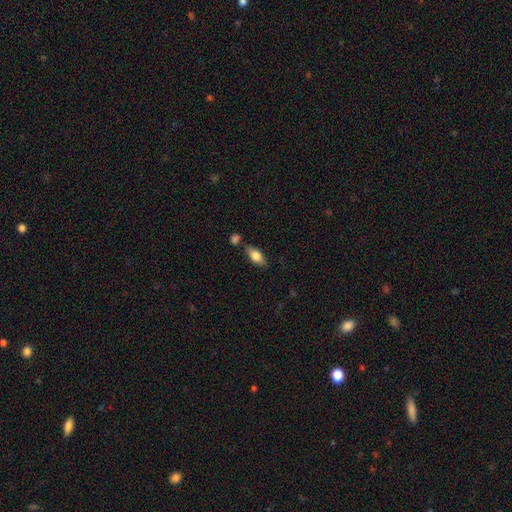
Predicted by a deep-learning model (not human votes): Morphology: type=smooth (74%); roundness=in between (82%); merging=none (72%).